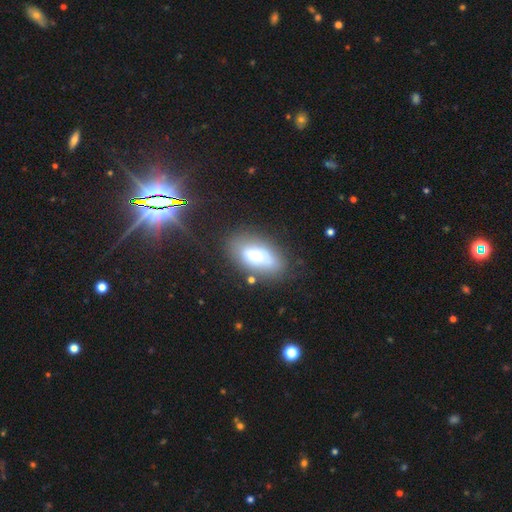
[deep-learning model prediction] Q: Smooth or featured?
A: smooth (66%); runner-up: featured or disk (25%)
Q: How rounded?
A: in between (90%); runner-up: round (5%)
Q: Merging?
A: none (70%); runner-up: minor disturbance (18%)